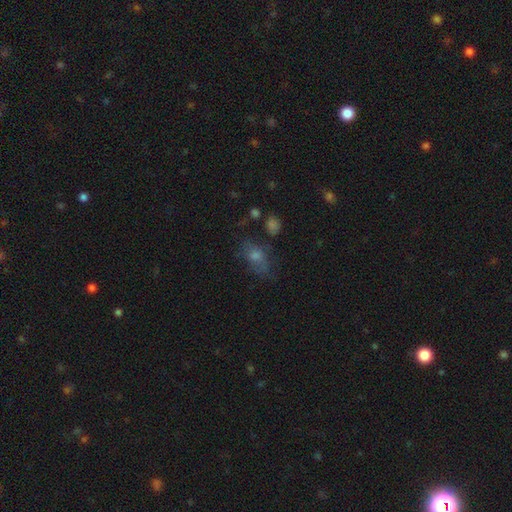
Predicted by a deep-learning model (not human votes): A smooth galaxy with no disk features (50%). Merging: none (58%).